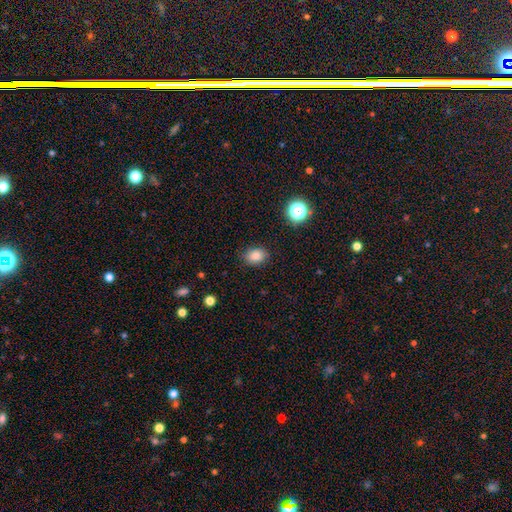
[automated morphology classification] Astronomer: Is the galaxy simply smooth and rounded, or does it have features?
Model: smooth — 84%.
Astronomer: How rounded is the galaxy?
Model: in between — 67%.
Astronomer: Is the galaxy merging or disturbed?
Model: none — 85%.